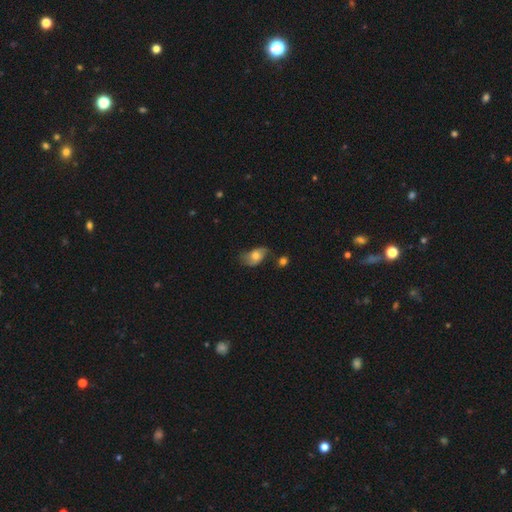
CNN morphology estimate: This is possibly a smooth galaxy (57%). How rounded: clearly in between (87%). Merging: possibly none (47%).